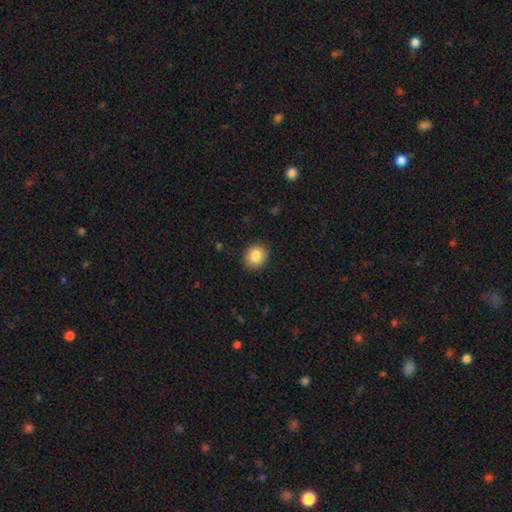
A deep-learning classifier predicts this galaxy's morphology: Smooth or featured?
  - smooth: 85% *
  - star or artifact: 9%
  - featured or disk: 6%
How rounded?
  - round: 75% *
  - in between: 24%
  - cigar-shaped: 1%
Merging?
  - none: 90% *
  - minor disturbance: 7%
  - major disturbance: 2%
  - merger: 1%